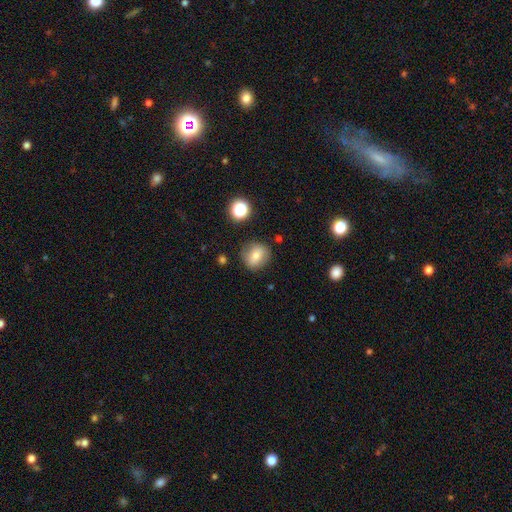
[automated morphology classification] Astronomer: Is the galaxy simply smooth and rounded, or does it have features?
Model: smooth — 73%.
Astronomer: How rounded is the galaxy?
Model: round — 76%.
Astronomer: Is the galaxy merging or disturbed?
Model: none — 81%.